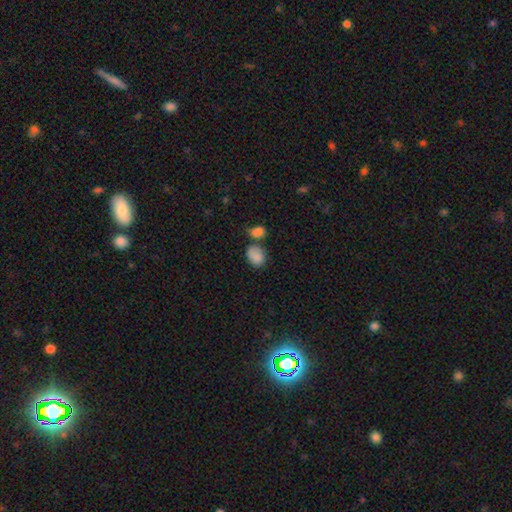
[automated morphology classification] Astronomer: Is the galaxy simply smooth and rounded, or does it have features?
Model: smooth — 85%.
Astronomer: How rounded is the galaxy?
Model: in between — 68%.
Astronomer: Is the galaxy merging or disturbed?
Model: none — 48% (runner-up: merger, 28%).